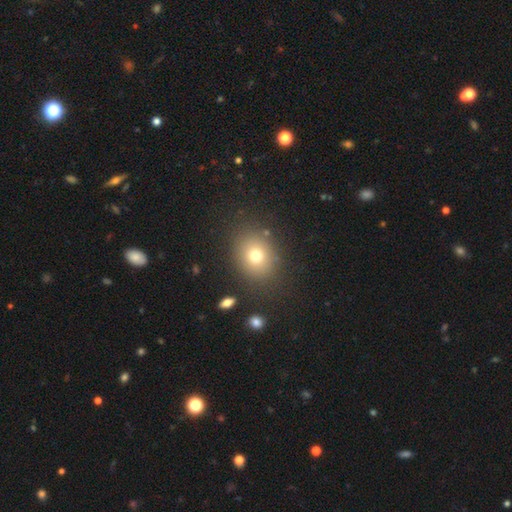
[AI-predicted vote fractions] A smooth galaxy with no disk features (73%) that is round (59%). Merging: none (83%).